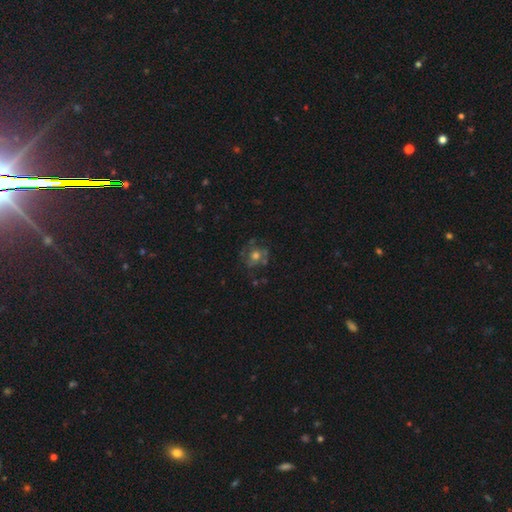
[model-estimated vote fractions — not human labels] Smooth or featured? featured or disk (52%)
Edge-on disk? no (96%)
Merging? none (62%)